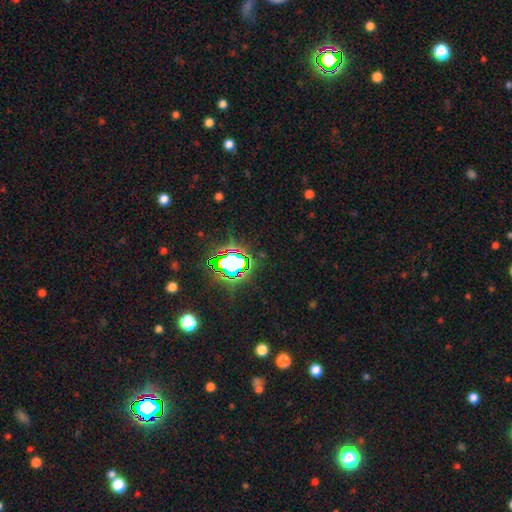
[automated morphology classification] smooth_or_featured: star or artifact (p=0.81) [alt: smooth p=0.12]